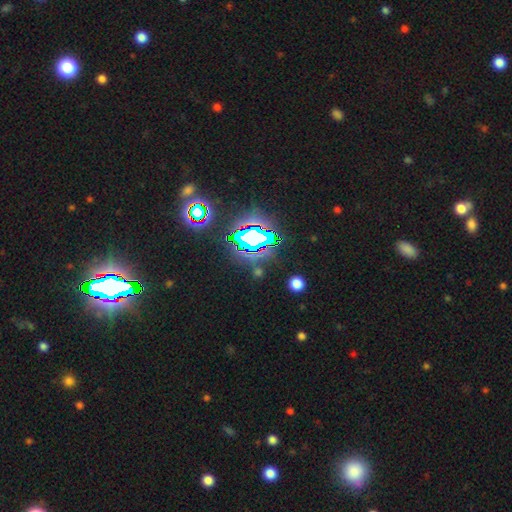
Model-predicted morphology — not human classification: The model was most divided on "smooth or featured": star or artifact: 83%, smooth: 10%, featured or disk: 7%.